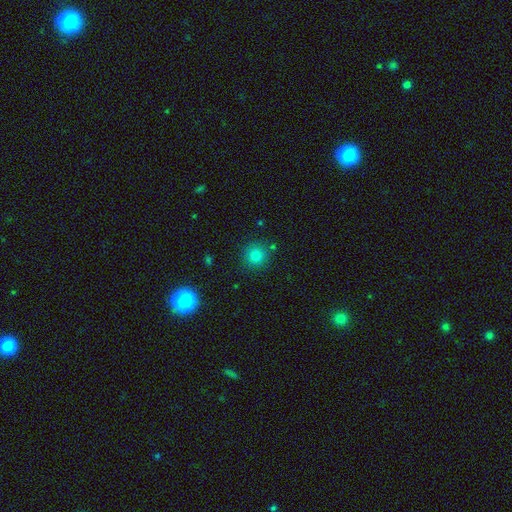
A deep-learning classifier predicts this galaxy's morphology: type=smooth (80%); roundness=round (93%); merging=none (85%).